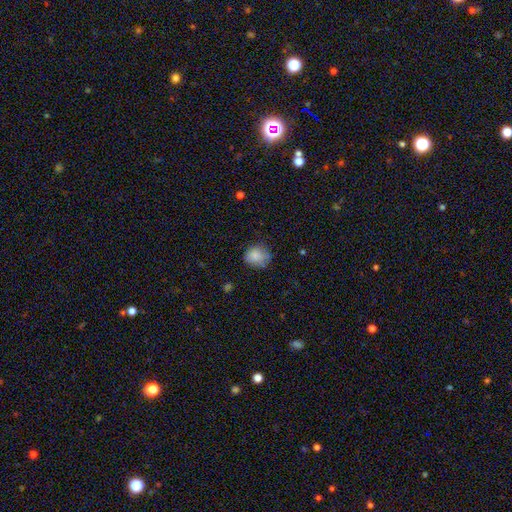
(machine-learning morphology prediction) A smooth galaxy with no disk features (83%) that is round (71%).

Vote fractions:
- Smooth or featured? smooth: 83% / star or artifact: 9% / featured or disk: 8%
- How rounded? round: 71% / in between: 28% / cigar-shaped: 1%
- Merging? none: 67% / minor disturbance: 24% / major disturbance: 7% / merger: 2%